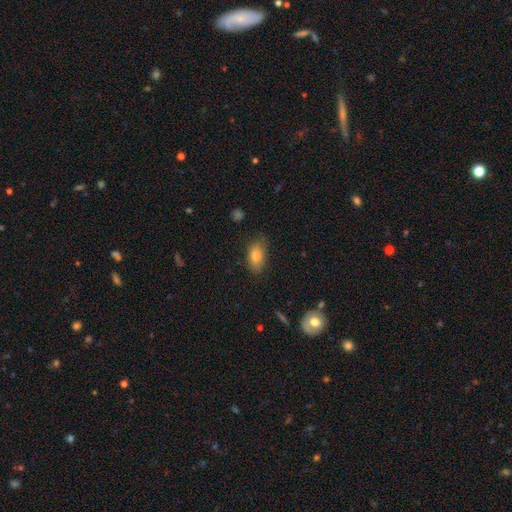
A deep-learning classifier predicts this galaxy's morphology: Overall: smooth (80%). How rounded: in between (89%). Merging: none (79%).